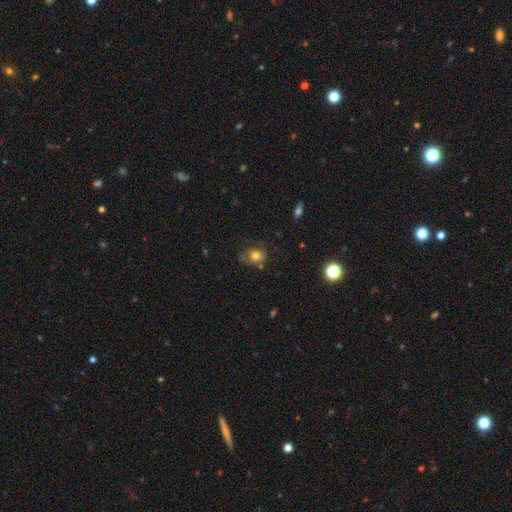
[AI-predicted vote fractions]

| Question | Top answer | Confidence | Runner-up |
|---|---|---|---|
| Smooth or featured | smooth | 74% | featured or disk (14%) |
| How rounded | round | 57% | in between (42%) |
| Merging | none | 61% | minor disturbance (26%) |